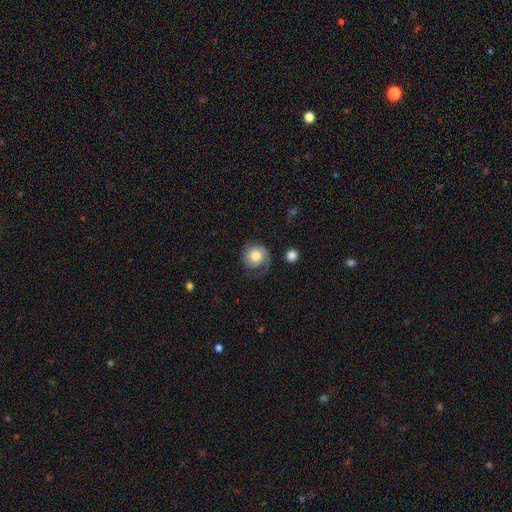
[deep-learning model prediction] Overall: smooth (58%; featured or disk 34%). How rounded: round (88%). Merging: none (53%; major disturbance 23%).